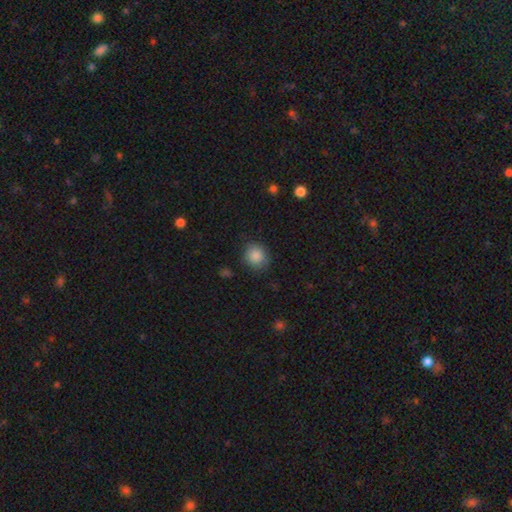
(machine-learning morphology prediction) type=smooth (88%); roundness=round (83%); merging=none (84%).